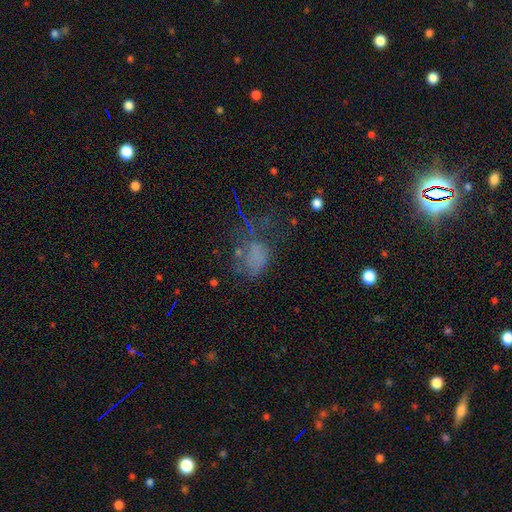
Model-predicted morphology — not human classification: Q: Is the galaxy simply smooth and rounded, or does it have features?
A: smooth — 49%.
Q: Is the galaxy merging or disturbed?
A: major disturbance — 45%.